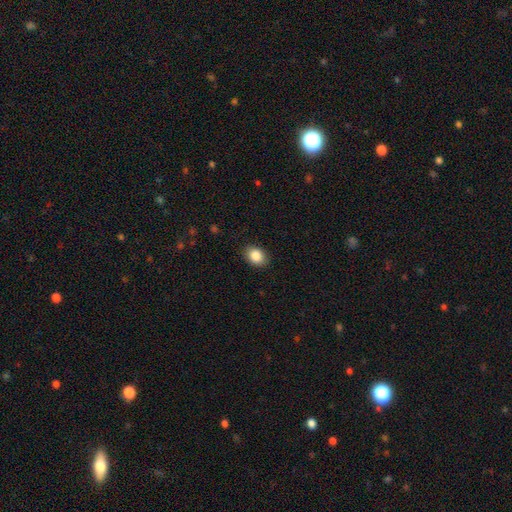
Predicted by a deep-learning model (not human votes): Q: Smooth or featured?
A: smooth (87%); runner-up: star or artifact (8%)
Q: How rounded?
A: in between (63%); runner-up: round (36%)
Q: Merging?
A: none (88%); runner-up: minor disturbance (8%)